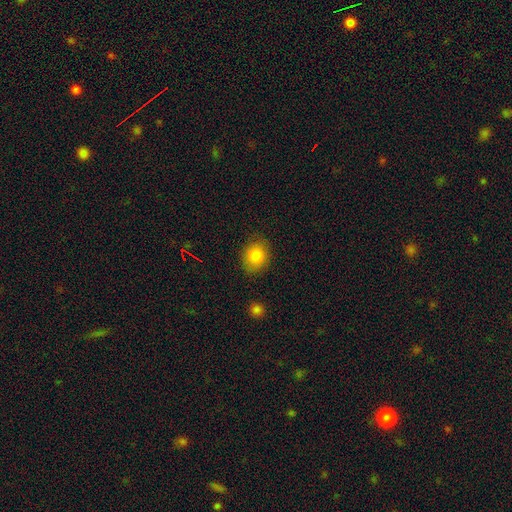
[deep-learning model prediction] Smooth or featured? smooth (82%)
How rounded? round (59%)
Merging? none (84%)